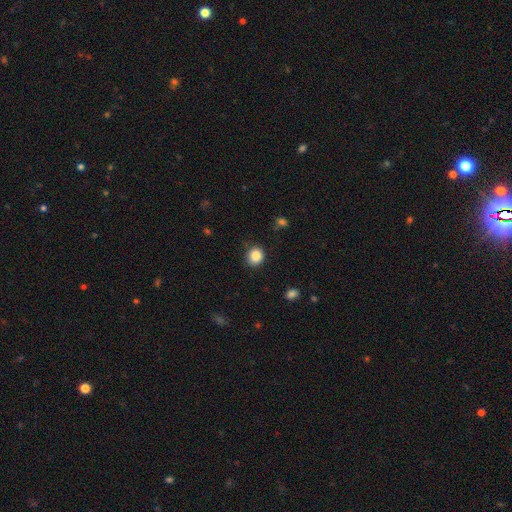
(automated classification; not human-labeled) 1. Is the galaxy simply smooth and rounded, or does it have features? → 86% smooth, 10% star or artifact, 4% featured or disk.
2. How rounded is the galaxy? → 78% round, 21% in between, 1% cigar-shaped.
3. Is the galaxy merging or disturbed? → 85% none, 11% minor disturbance, 3% major disturbance, 2% merger.